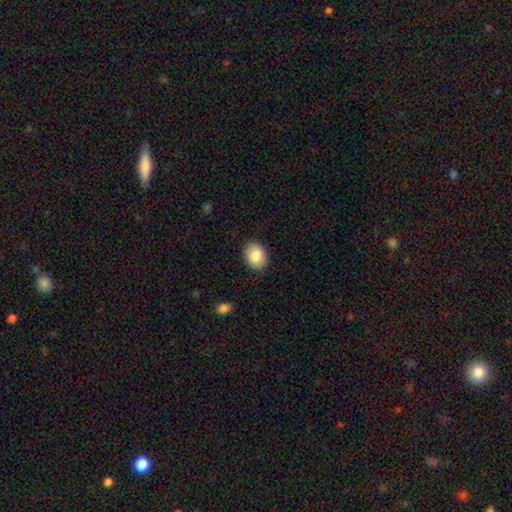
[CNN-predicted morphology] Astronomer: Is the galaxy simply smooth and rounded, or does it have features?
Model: smooth — 87%.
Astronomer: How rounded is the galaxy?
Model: in between — 72%.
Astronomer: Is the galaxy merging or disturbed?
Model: none — 88%.